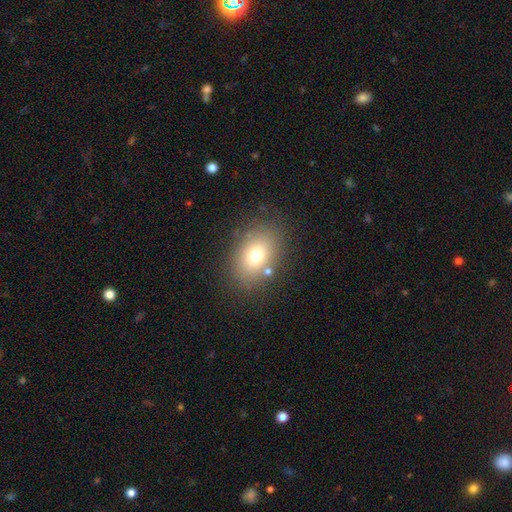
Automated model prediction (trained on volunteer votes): A smooth galaxy with no disk features (73%) that is in between round and cigar-shaped (73%). Merging: none (80%).